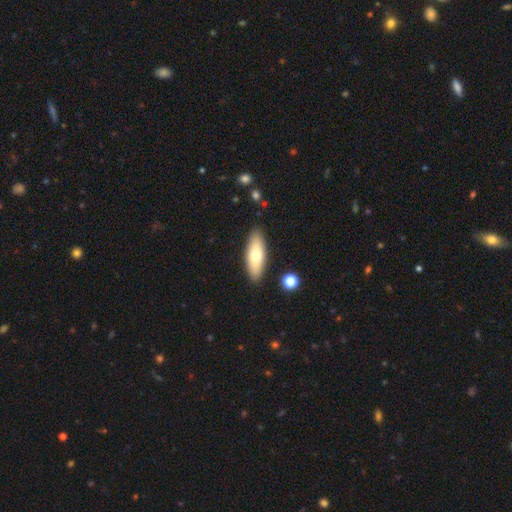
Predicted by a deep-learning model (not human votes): Q: Smooth or featured?
A: smooth (71%); runner-up: featured or disk (23%)
Q: How rounded?
A: in between (64%); runner-up: cigar-shaped (34%)
Q: Merging?
A: none (88%); runner-up: minor disturbance (8%)